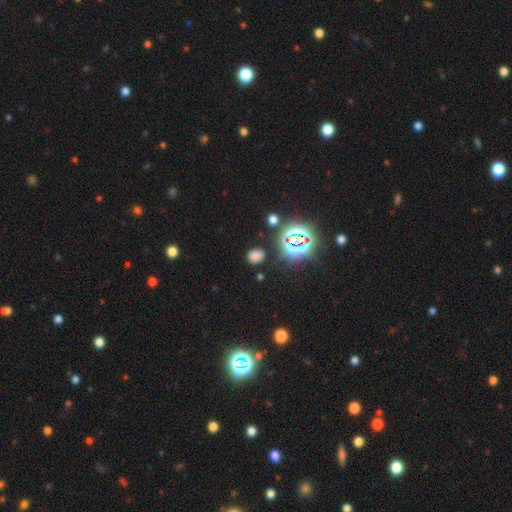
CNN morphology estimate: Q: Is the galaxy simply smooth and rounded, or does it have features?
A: smooth — 61%.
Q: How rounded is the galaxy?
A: round — 62%.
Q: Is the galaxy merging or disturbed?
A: none — 83%.